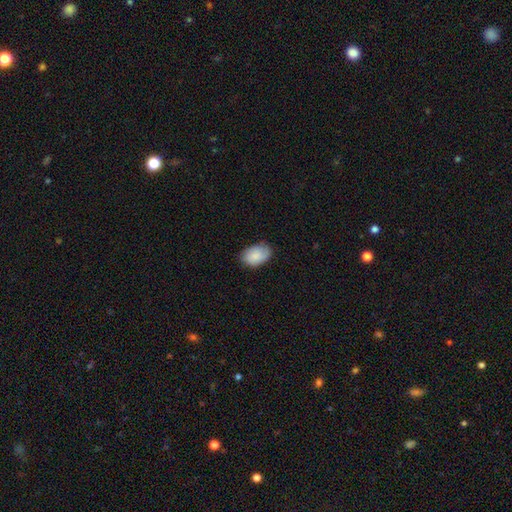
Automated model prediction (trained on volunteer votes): smooth_or_featured: smooth (p=0.85) [alt: featured or disk p=0.08]
how_rounded: in between (p=0.88) [alt: round p=0.11]
merging: none (p=0.74) [alt: minor disturbance p=0.21]